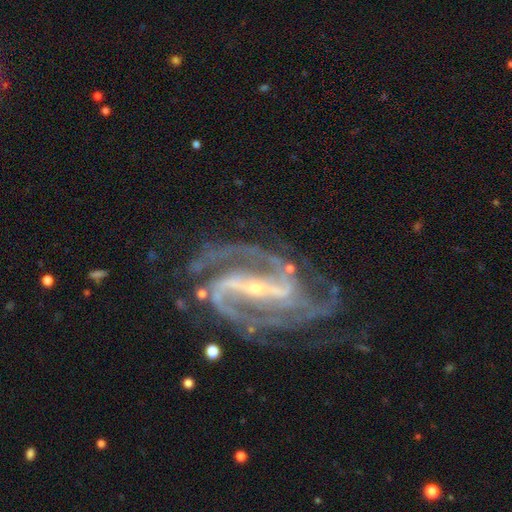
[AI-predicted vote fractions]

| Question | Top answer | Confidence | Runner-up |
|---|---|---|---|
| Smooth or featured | featured or disk | 93% | star or artifact (5%) |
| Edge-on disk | no | 97% | yes (3%) |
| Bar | strong | 75% | weak (18%) |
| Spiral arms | yes | 99% | no (1%) |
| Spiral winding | medium | 49% | tight (40%) |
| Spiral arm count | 2 | 51% | 3 (20%) |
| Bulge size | small | 78% | moderate (19%) |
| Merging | none | 67% | minor disturbance (18%) |